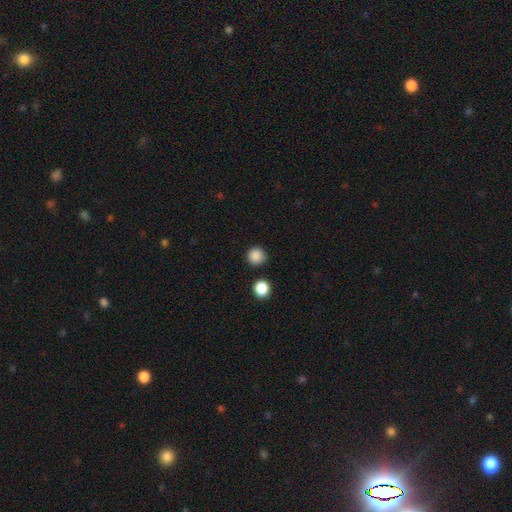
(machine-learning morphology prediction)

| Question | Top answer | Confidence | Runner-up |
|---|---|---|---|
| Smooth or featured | smooth | 87% | star or artifact (11%) |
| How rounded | round | 94% | in between (5%) |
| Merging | none | 89% | minor disturbance (6%) |